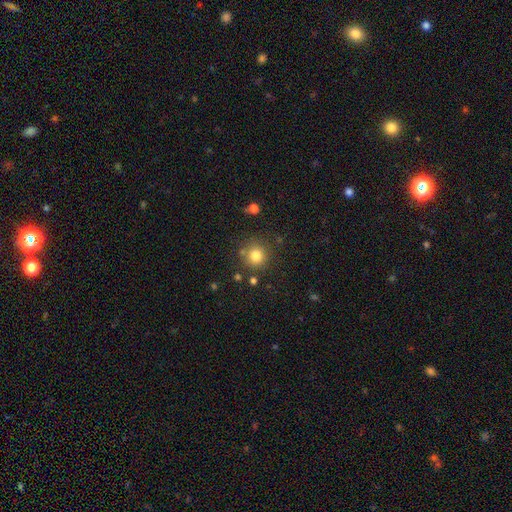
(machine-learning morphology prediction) smooth_or_featured: smooth (p=0.80) [alt: star or artifact p=0.13]
how_rounded: round (p=0.93) [alt: in between p=0.06]
merging: none (p=0.81) [alt: minor disturbance p=0.09]